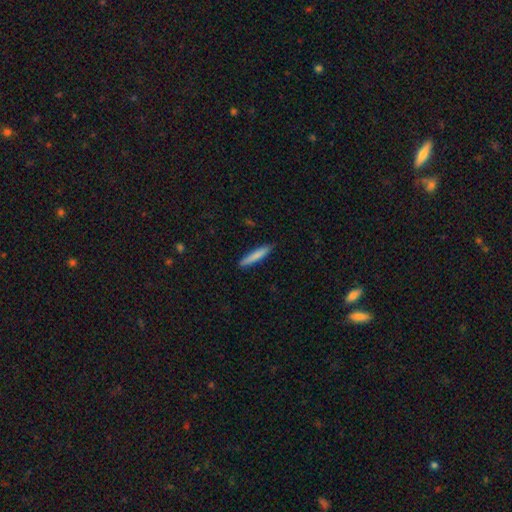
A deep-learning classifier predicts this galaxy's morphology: smooth 80%, featured or disk 15%, star or artifact 6%. Down the decision tree: how rounded — cigar-shaped (93%); merging — none (87%).